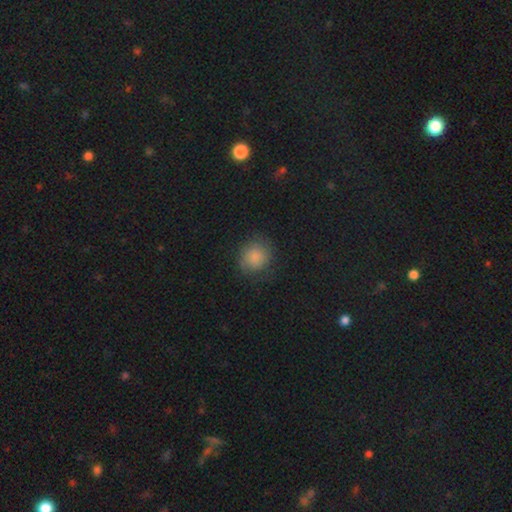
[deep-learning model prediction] smooth_or_featured: smooth (p=0.76) [alt: star or artifact p=0.14]
how_rounded: round (p=0.80) [alt: in between p=0.19]
merging: none (p=0.78) [alt: minor disturbance p=0.15]